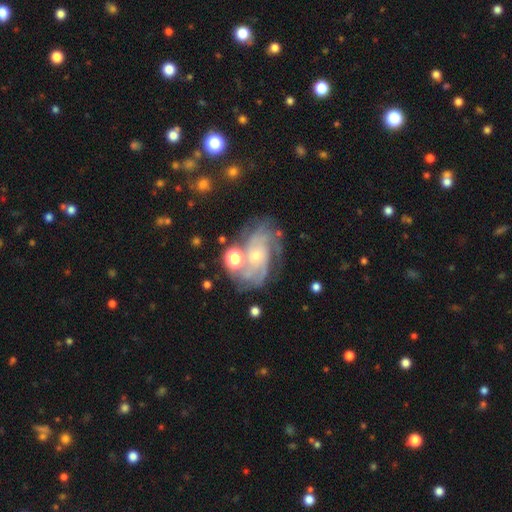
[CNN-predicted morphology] Smooth or featured? Predicted: featured or disk (p=0.80). Edge-on disk? Predicted: no (p=0.97). Bar? Predicted: no (p=0.71). Spiral arms? Predicted: yes (p=0.93). Spiral winding? Predicted: tight (p=0.51). Spiral arm count? Predicted: can't tell (p=0.33). Bulge size? Predicted: small (p=0.65). Merging? Predicted: none (p=0.58).